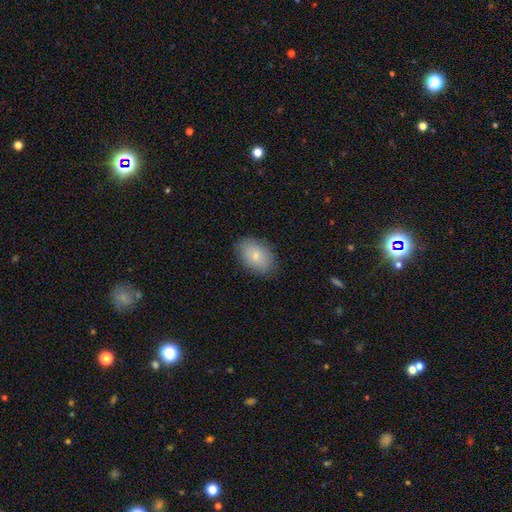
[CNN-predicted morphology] This appears to be a smooth galaxy with no disk features (79%) that is in between round and cigar-shaped (88%). Merging: none (84%).